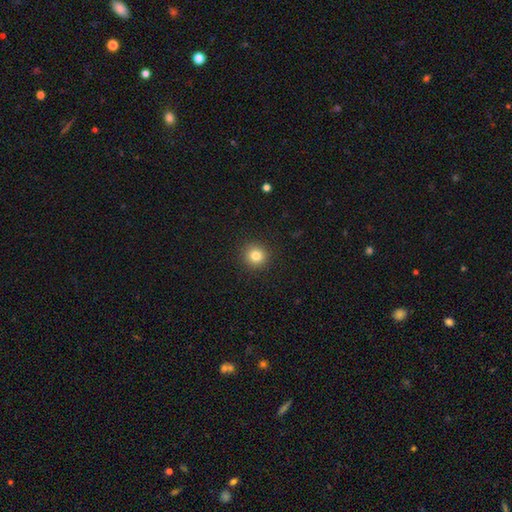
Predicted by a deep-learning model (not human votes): This appears to be a smooth galaxy with no disk features (82%) that is round (94%). Merging: none (92%).